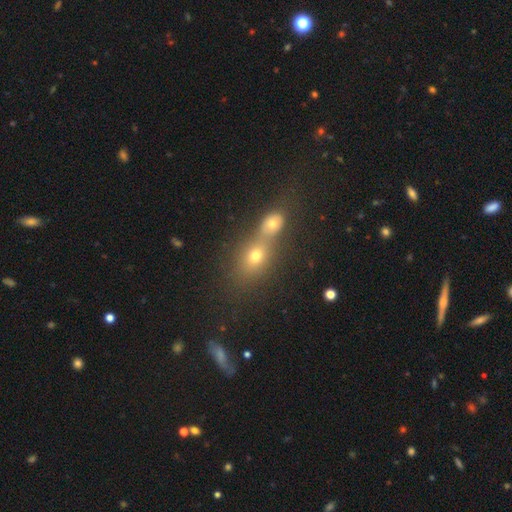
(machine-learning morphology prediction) The model was most divided on "how rounded": in between: 55%, round: 42%, cigar-shaped: 4%. More confident: smooth or featured — smooth (66%); merging — merger (64%).